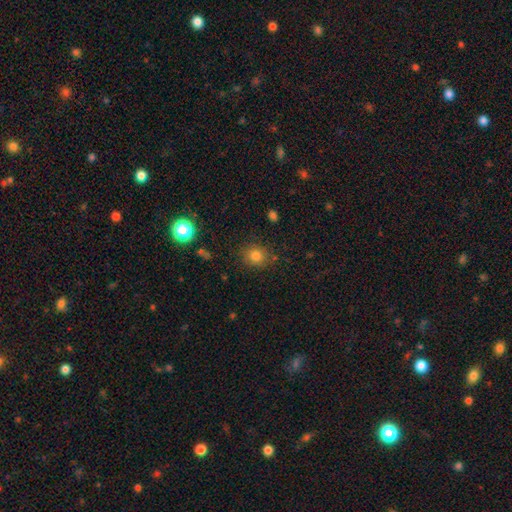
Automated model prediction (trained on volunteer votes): This is likely a smooth galaxy (80%). How rounded: likely round (79%). Merging: clearly none (83%).